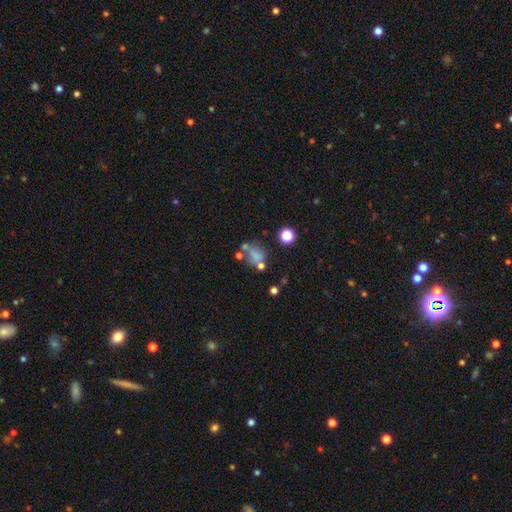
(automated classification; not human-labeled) This is possibly a smooth galaxy (55%). How rounded: possibly in between (53%). Merging: marginally none (39%).